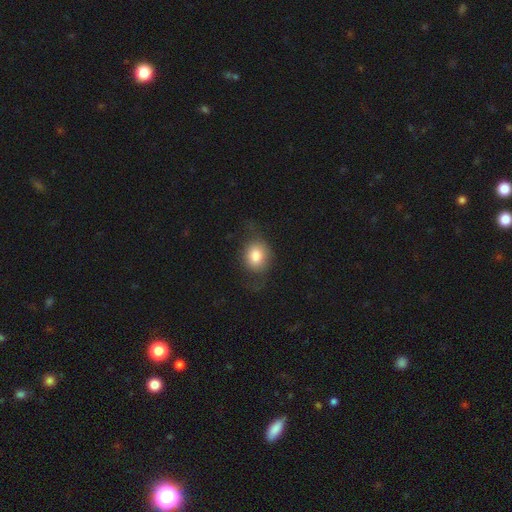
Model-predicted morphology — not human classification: Overall: smooth (78%). How rounded: round (60%; in between 39%). Merging: none (56%; minor disturbance 26%).